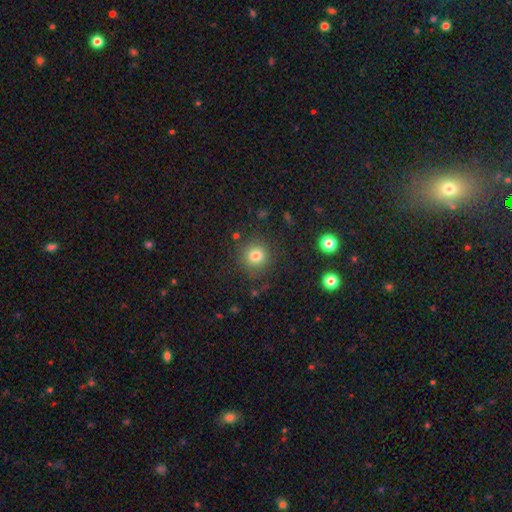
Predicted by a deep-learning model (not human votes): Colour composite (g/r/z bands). It shows a smooth galaxy with no disk features (79%) that is round (91%). Merging: none (85%).